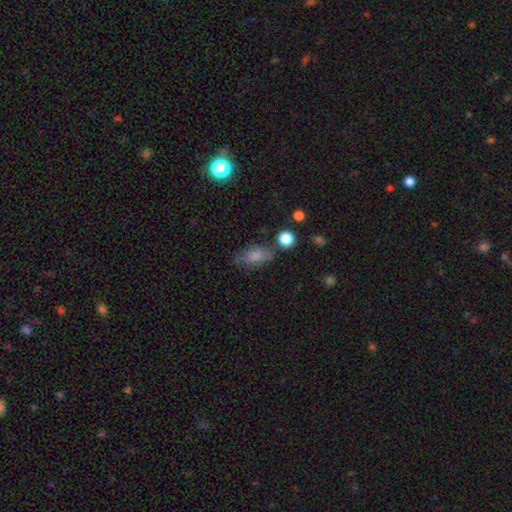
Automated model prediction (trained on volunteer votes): A smooth galaxy with no disk features (81%) that is in between round and cigar-shaped (86%).

Vote fractions:
- Smooth or featured? smooth: 81% / featured or disk: 10% / star or artifact: 9%
- How rounded? in between: 86% / cigar-shaped: 7% / round: 6%
- Merging? none: 67% / minor disturbance: 21% / major disturbance: 7% / merger: 6%